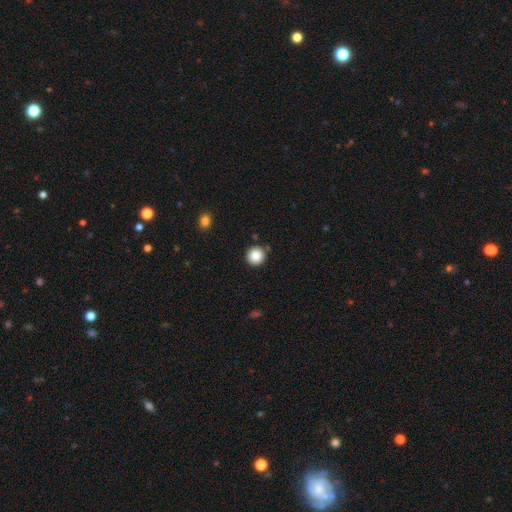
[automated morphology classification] Smooth or featured?
  - smooth: 86% *
  - star or artifact: 10%
  - featured or disk: 4%
How rounded?
  - round: 95% *
  - in between: 4%
  - cigar-shaped: 1%
Merging?
  - none: 89% *
  - minor disturbance: 7%
  - merger: 2%
  - major disturbance: 2%